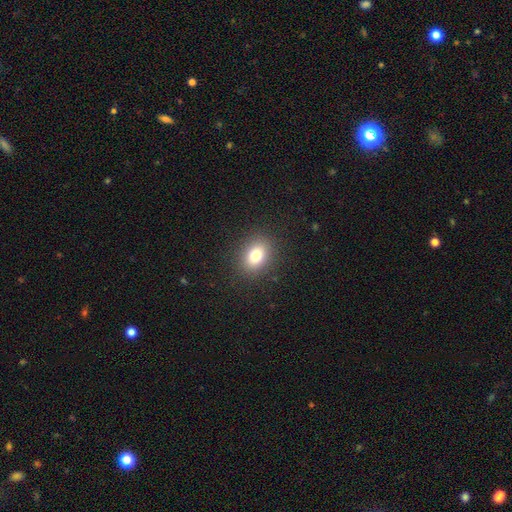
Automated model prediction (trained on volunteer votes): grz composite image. It shows a smooth galaxy with no disk features (79%) that is in between round and cigar-shaped (64%). Merging: none (89%).